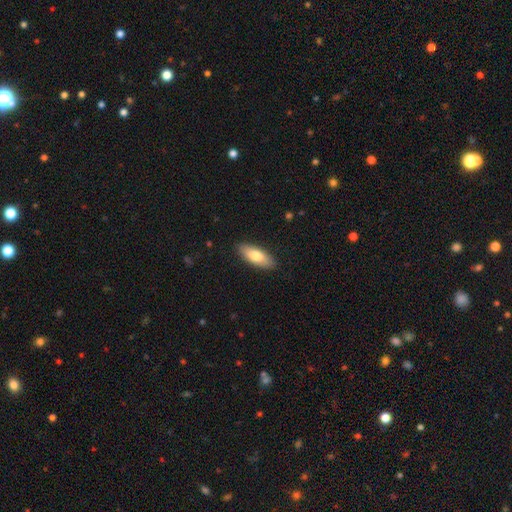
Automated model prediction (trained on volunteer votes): This appears to be a smooth galaxy with no disk features (76%) that is in between round and cigar-shaped (76%). Merging: none (88%).